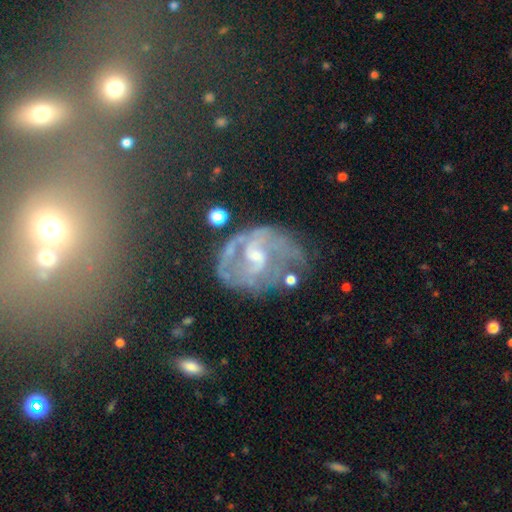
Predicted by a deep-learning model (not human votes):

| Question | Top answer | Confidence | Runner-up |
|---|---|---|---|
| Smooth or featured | featured or disk | 77% | star or artifact (12%) |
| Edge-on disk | no | 98% | yes (2%) |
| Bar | weak | 46% | no (44%) |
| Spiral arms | yes | 81% | no (19%) |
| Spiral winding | medium | 45% | tight (30%) |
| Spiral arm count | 2 | 46% | can't tell (28%) |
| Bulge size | small | 48% | moderate (40%) |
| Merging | none | 45% | major disturbance (27%) |